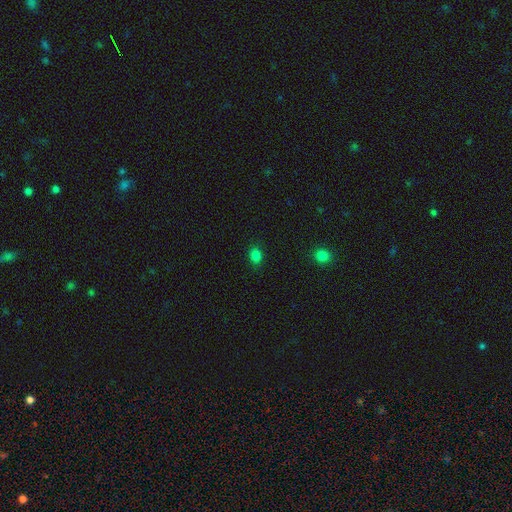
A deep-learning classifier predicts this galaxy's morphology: Overall: smooth (81%). How rounded: in between (59%; round 40%). Merging: none (87%).